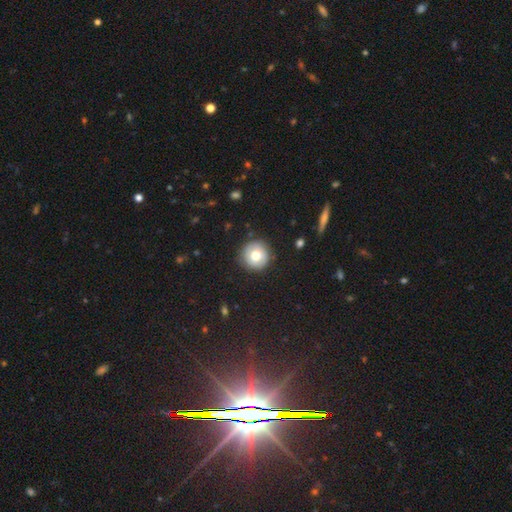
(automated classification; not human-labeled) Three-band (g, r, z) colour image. It shows a smooth galaxy with no disk features (74%) that is round (94%). Merging: none (87%).